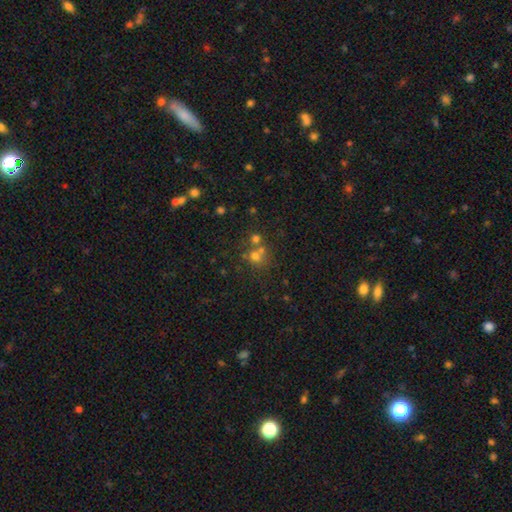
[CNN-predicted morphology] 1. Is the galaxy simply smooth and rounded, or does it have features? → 60% smooth, 25% star or artifact, 15% featured or disk.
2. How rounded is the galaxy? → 83% round, 16% in between, 1% cigar-shaped.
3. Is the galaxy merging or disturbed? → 49% none, 40% merger, 8% minor disturbance, 4% major disturbance.